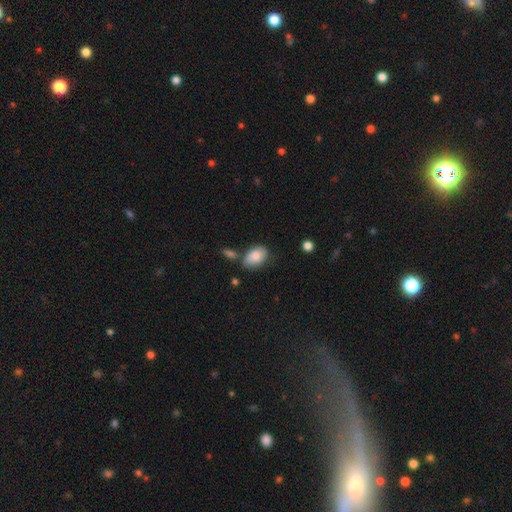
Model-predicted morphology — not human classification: smooth 80%, featured or disk 13%, star or artifact 7%. Down the decision tree: how rounded — in between (85%); merging — none (59%).